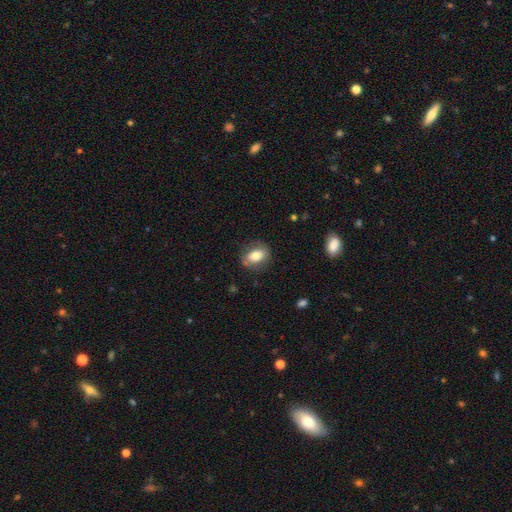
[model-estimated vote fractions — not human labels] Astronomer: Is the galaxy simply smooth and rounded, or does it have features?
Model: smooth — 72%.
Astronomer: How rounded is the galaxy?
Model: in between — 71%.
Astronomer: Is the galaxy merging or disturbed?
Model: none — 75%.